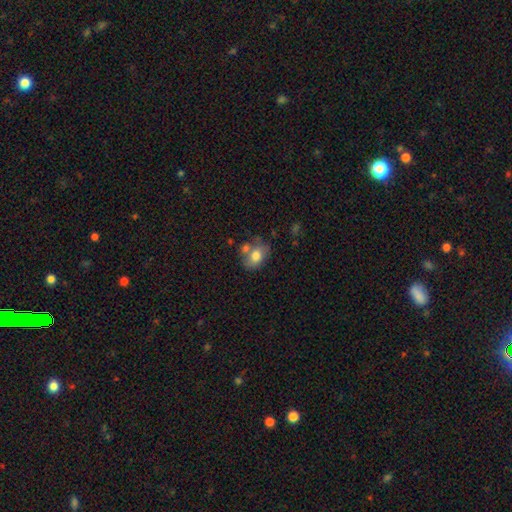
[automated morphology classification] This is likely a smooth galaxy (74%). How rounded: likely in between (68%). Merging: possibly none (46%).